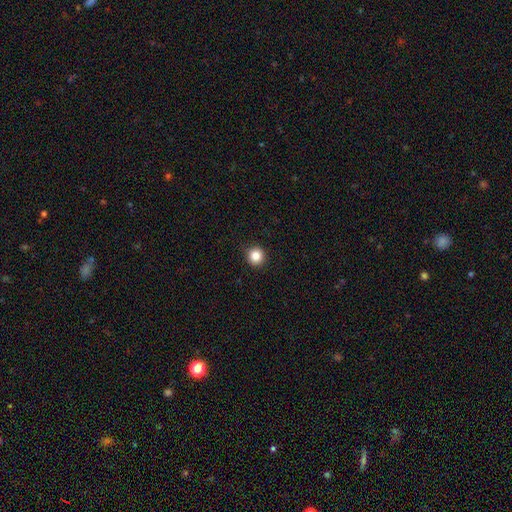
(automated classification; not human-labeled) Smooth or featured?
  - smooth: 85% *
  - star or artifact: 11%
  - featured or disk: 4%
How rounded?
  - round: 95% *
  - in between: 5%
  - cigar-shaped: 1%
Merging?
  - none: 92% *
  - minor disturbance: 5%
  - major disturbance: 2%
  - merger: 1%